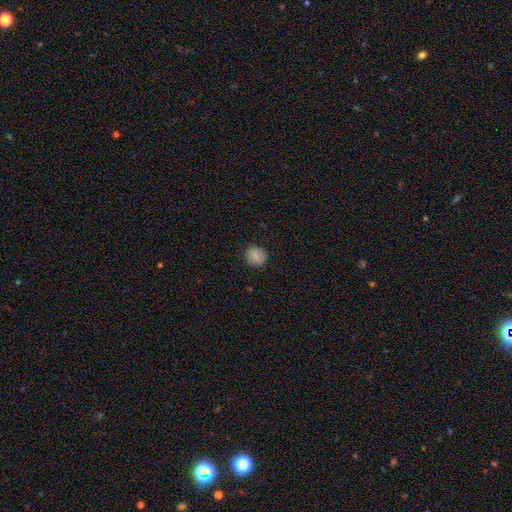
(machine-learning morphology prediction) smooth-or-featured: smooth: 83% | star or artifact: 9% | featured or disk: 8%
  how-rounded: round: 82% | in between: 17% | cigar-shaped: 1%
  merging: none: 89% | minor disturbance: 8% | major disturbance: 2% | merger: 1%